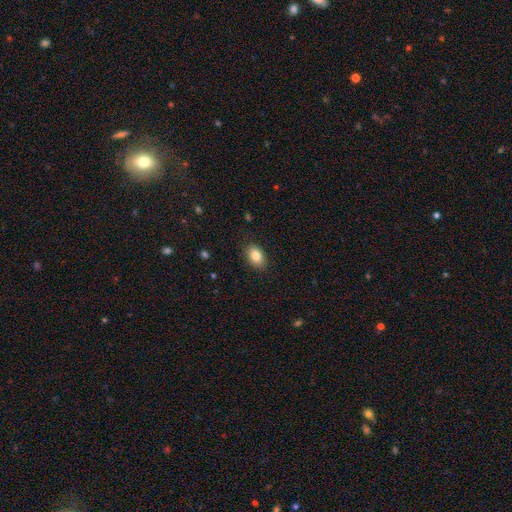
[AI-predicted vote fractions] Smooth or featured: smooth — 84% (star or artifact — 8%)
How rounded: in between — 86% (round — 13%)
Merging: none — 87% (minor disturbance — 10%)